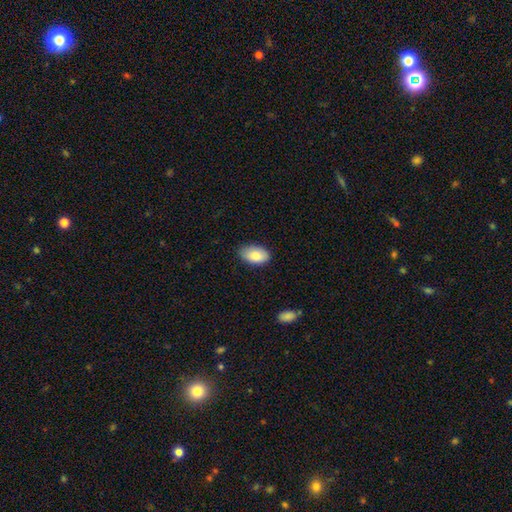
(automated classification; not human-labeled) A smooth galaxy with no disk features (84%) that is in between round and cigar-shaped (93%).

Vote fractions:
- Smooth or featured? smooth: 84% / featured or disk: 9% / star or artifact: 7%
- How rounded? in between: 93% / round: 6% / cigar-shaped: 1%
- Merging? none: 81% / minor disturbance: 16% / major disturbance: 2% / merger: 1%